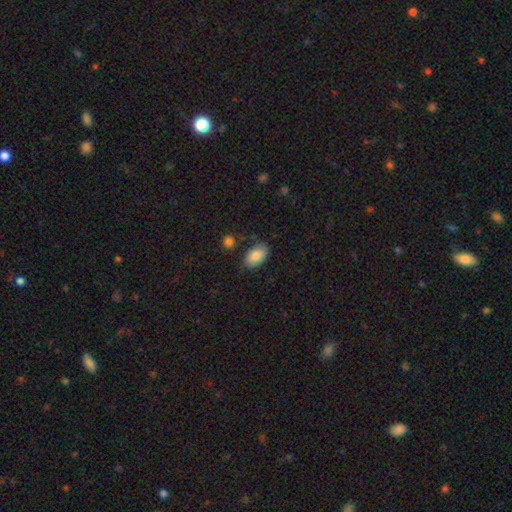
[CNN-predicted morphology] Smooth or featured: smooth — 85% (featured or disk — 9%)
How rounded: in between — 93% (round — 6%)
Merging: none — 77% (minor disturbance — 16%)